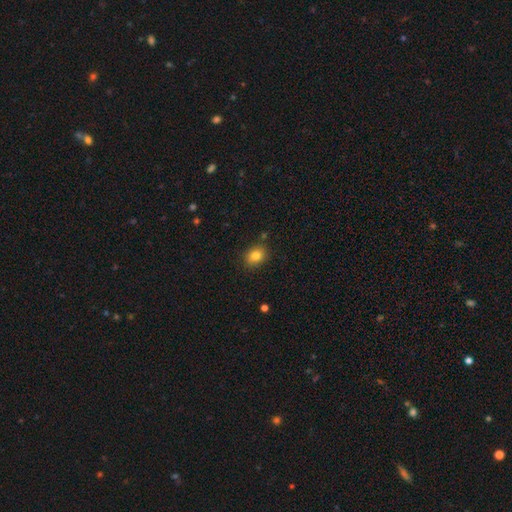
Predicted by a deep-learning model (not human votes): Smooth or featured: smooth — 82% (star or artifact — 11%)
How rounded: in between — 54% (round — 45%)
Merging: none — 85% (minor disturbance — 10%)